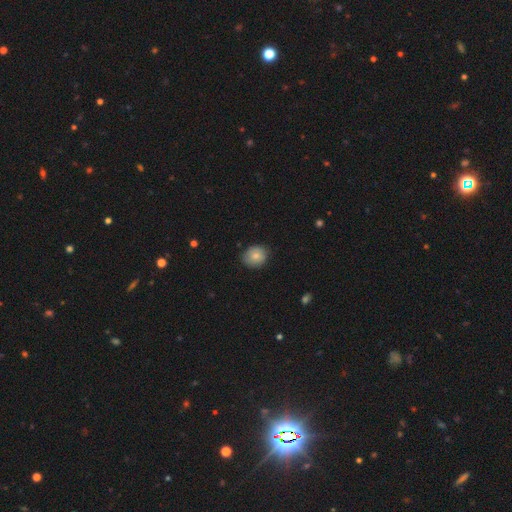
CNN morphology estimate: This is likely a smooth galaxy (80%). How rounded: likely round (64%). Merging: clearly none (80%).